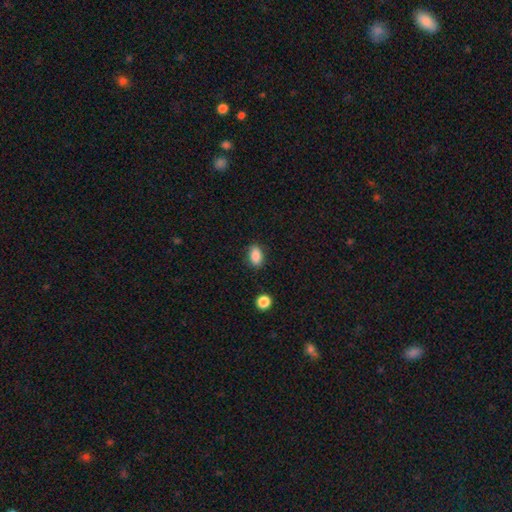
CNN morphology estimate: Smooth or featured?
  - smooth: 87% *
  - star or artifact: 9%
  - featured or disk: 5%
How rounded?
  - in between: 85% *
  - round: 12%
  - cigar-shaped: 3%
Merging?
  - none: 82% *
  - minor disturbance: 13%
  - major disturbance: 3%
  - merger: 2%